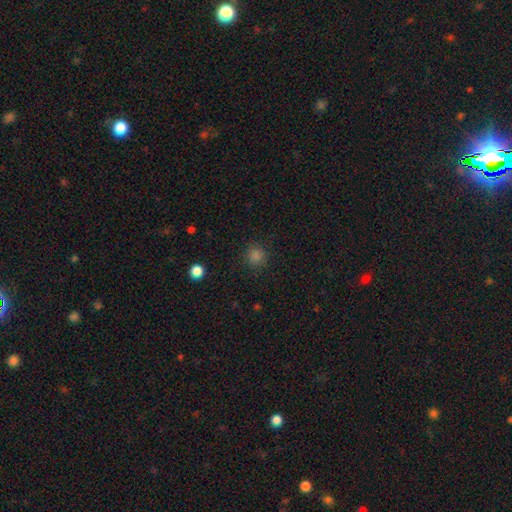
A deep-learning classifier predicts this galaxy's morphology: smooth_or_featured: smooth (p=0.79) [alt: star or artifact p=0.18]
how_rounded: round (p=0.92) [alt: in between p=0.07]
merging: none (p=0.90) [alt: minor disturbance p=0.07]